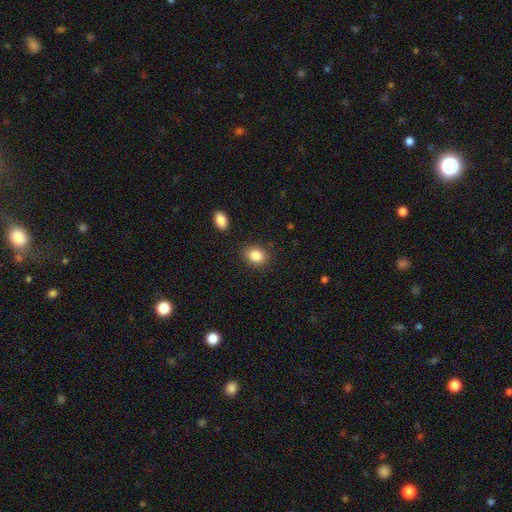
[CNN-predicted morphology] This is clearly a smooth galaxy (86%). How rounded: likely in between (64%). Merging: clearly none (84%).